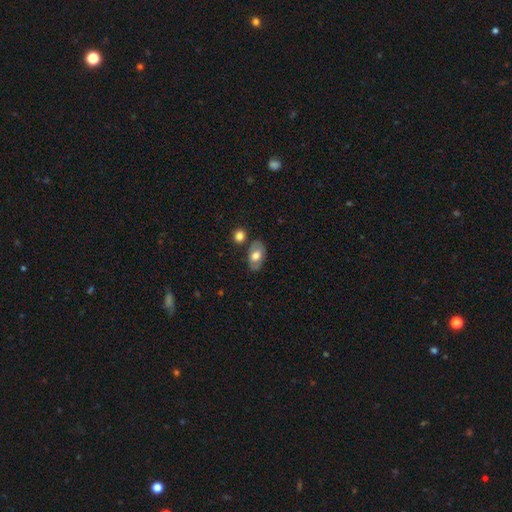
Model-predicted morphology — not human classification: smooth-or-featured: smooth: 60% | featured or disk: 34% | star or artifact: 7%
  how-rounded: in between: 90% | round: 8% | cigar-shaped: 2%
  merging: none: 73% | minor disturbance: 15% | merger: 8% | major disturbance: 4%